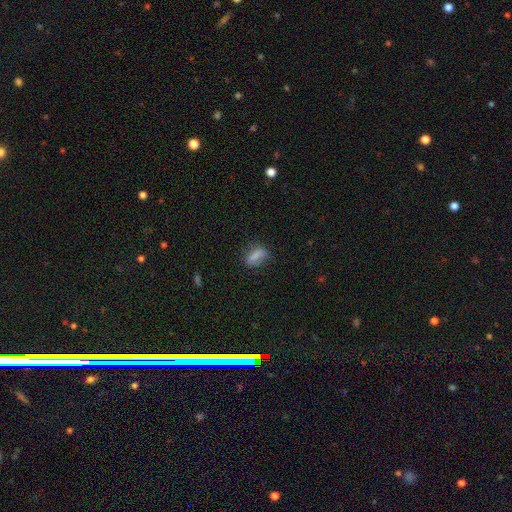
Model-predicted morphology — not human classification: Q: Smooth or featured?
A: smooth (77%); runner-up: featured or disk (14%)
Q: How rounded?
A: in between (66%); runner-up: cigar-shaped (24%)
Q: Merging?
A: none (72%); runner-up: minor disturbance (19%)